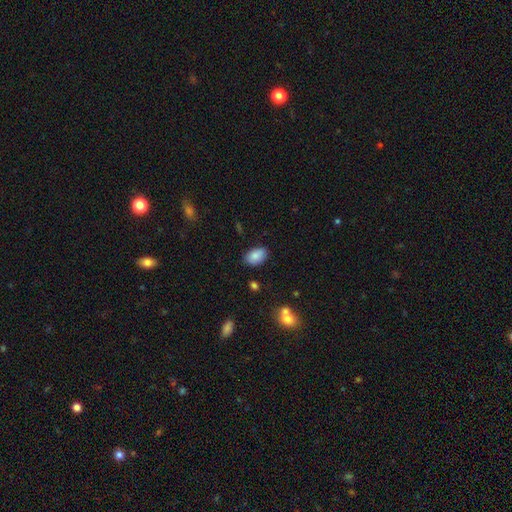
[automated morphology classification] The model was most divided on "merging": none: 83%, minor disturbance: 13%, major disturbance: 3%, merger: 2%. More confident: how rounded — in between (91%); smooth or featured — smooth (86%).